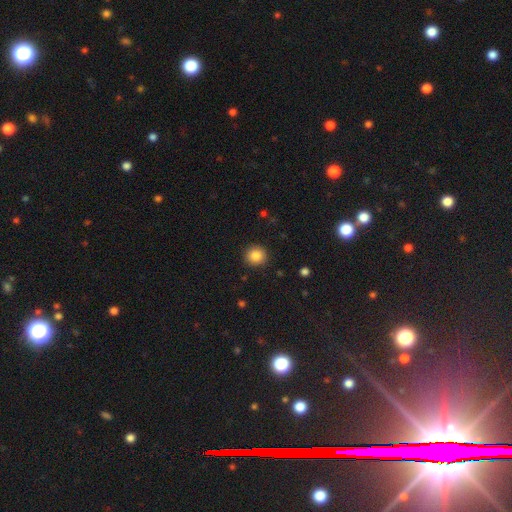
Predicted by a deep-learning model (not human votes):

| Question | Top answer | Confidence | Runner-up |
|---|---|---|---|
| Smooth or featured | smooth | 86% | star or artifact (9%) |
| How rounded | round | 91% | in between (8%) |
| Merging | none | 91% | minor disturbance (6%) |